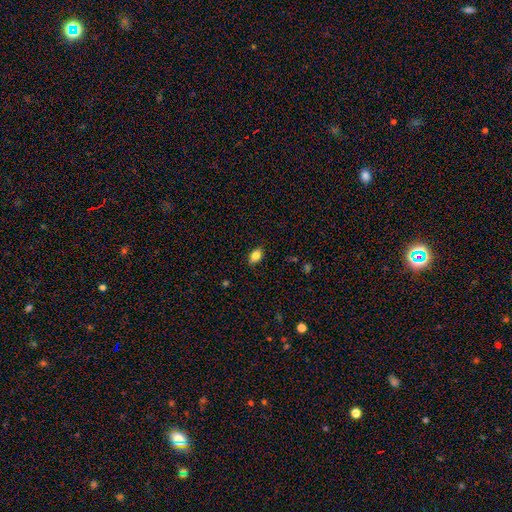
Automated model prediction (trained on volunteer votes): smooth_or_featured: smooth (p=0.82) [alt: featured or disk p=0.10]
how_rounded: in between (p=0.85) [alt: round p=0.12]
merging: none (p=0.86) [alt: minor disturbance p=0.11]